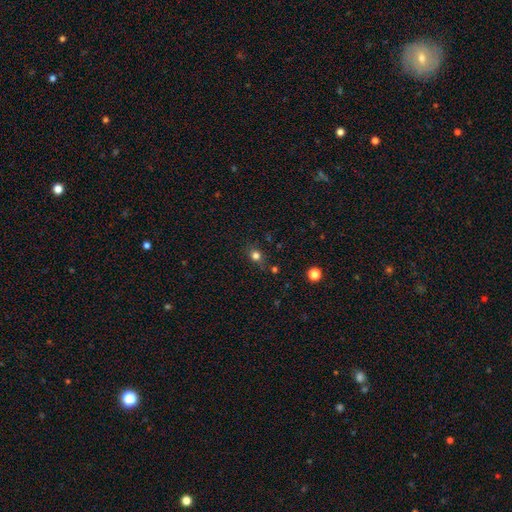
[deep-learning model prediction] smooth_or_featured: smooth (p=0.75) [alt: star or artifact p=0.18]
how_rounded: round (p=0.73) [alt: in between p=0.25]
merging: none (p=0.73) [alt: minor disturbance p=0.17]